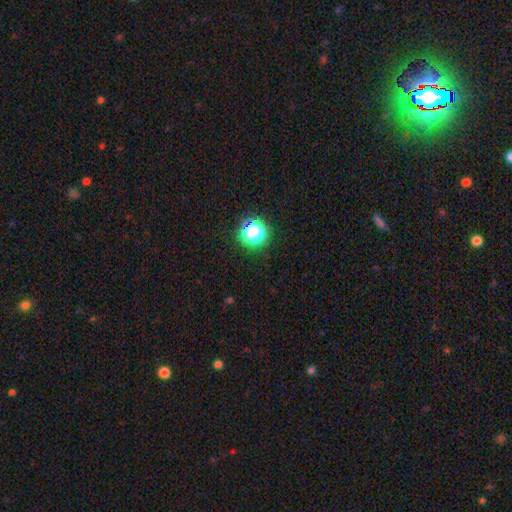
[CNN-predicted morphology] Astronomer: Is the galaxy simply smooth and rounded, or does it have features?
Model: star or artifact — 75%.